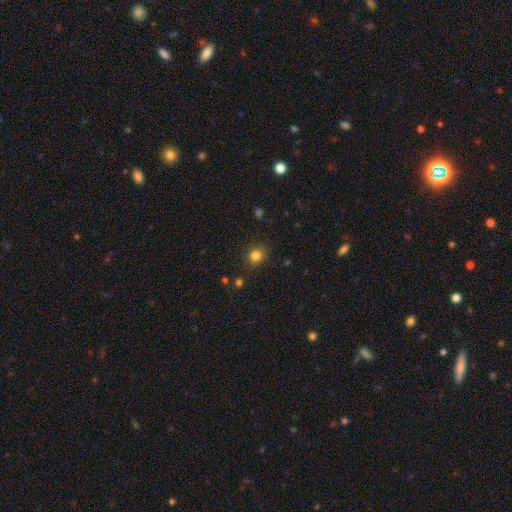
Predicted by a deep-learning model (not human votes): Morphology: type=smooth (82%); roundness=round (77%); merging=none (86%).